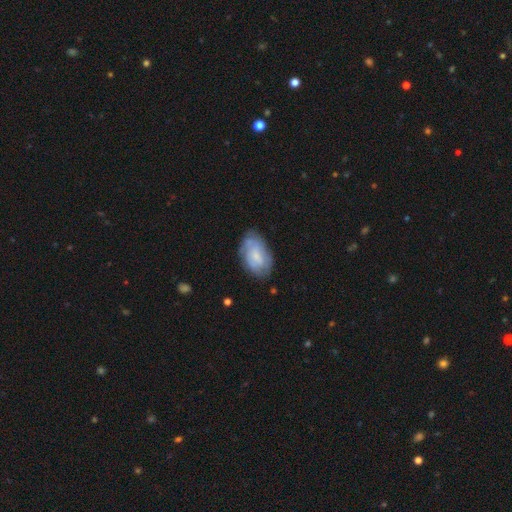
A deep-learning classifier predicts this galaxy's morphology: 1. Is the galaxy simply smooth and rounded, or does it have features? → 50% smooth, 43% featured or disk, 7% star or artifact.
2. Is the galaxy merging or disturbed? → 62% none, 26% minor disturbance, 8% major disturbance, 3% merger.